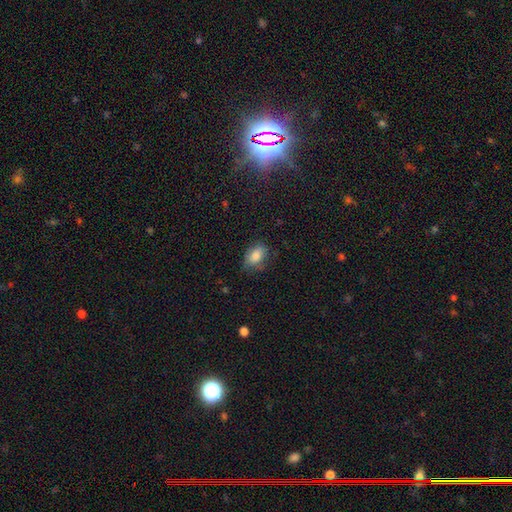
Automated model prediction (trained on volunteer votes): The model was most divided on "merging": none: 65%, minor disturbance: 27%, major disturbance: 7%, merger: 1%. More confident: how rounded — in between (85%); smooth or featured — smooth (83%).